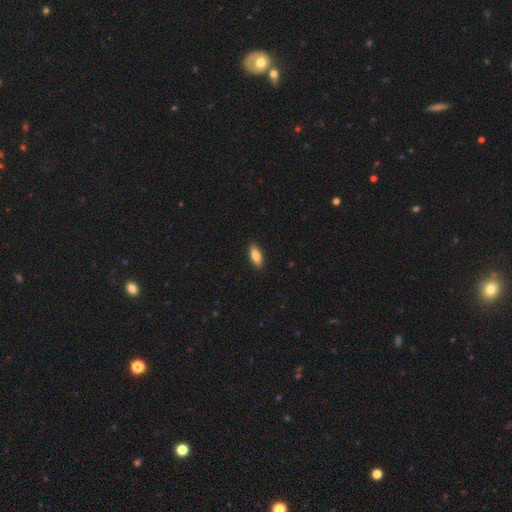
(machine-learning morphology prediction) Q: Smooth or featured?
A: smooth (80%); runner-up: featured or disk (14%)
Q: How rounded?
A: in between (74%); runner-up: cigar-shaped (24%)
Q: Merging?
A: none (89%); runner-up: minor disturbance (8%)